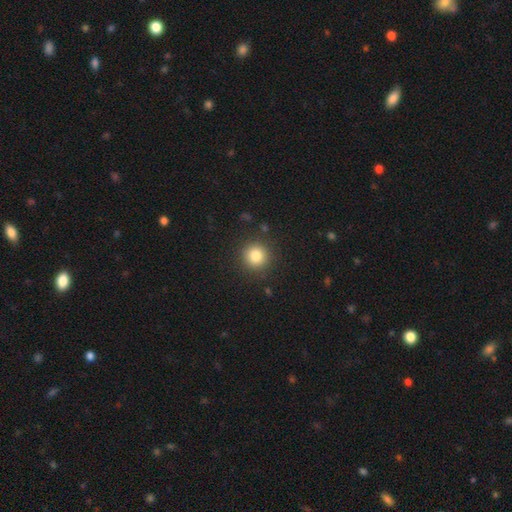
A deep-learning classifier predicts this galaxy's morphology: Q: Smooth or featured?
A: smooth (83%); runner-up: star or artifact (11%)
Q: How rounded?
A: round (94%); runner-up: in between (5%)
Q: Merging?
A: none (89%); runner-up: minor disturbance (7%)